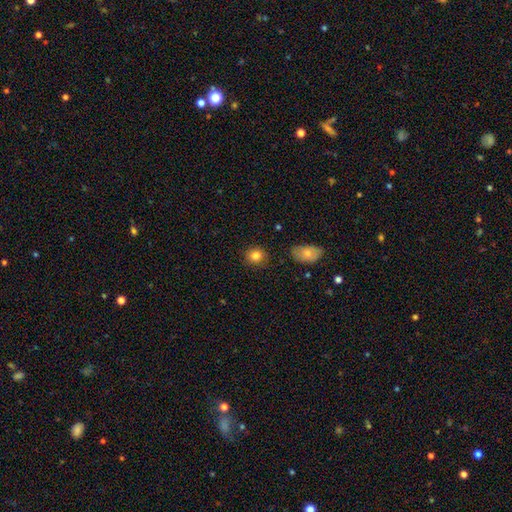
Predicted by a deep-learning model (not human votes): This appears to be a smooth galaxy with no disk features (84%) that is round (75%). Merging: none (85%).